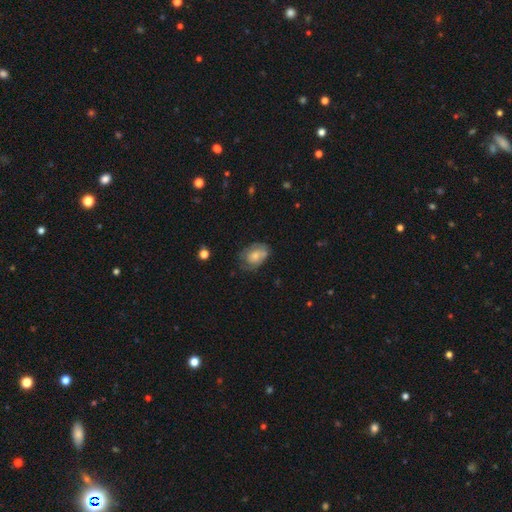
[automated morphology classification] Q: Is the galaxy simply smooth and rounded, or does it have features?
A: smooth — 58%.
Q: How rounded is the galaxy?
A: in between — 79%.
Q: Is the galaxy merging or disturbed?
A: none — 55%.